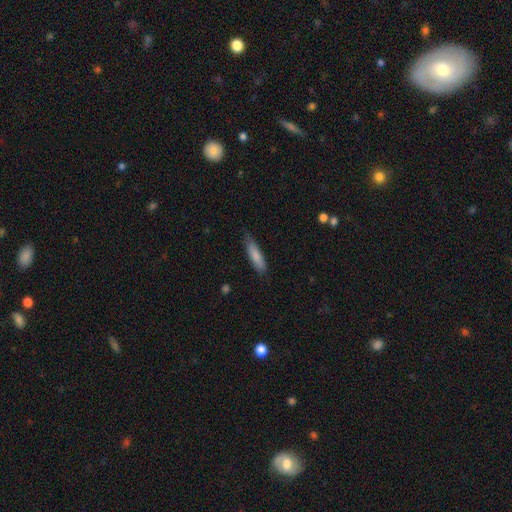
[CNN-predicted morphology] The model was most divided on "how rounded": cigar-shaped: 68%, in between: 31%, round: 1%. More confident: smooth or featured — smooth (82%); merging — none (76%).